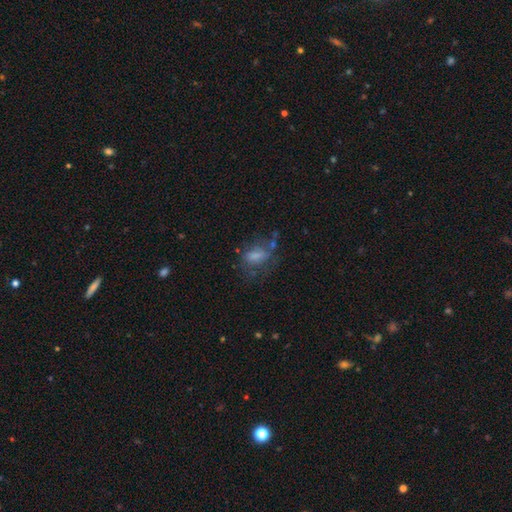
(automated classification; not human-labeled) A smooth galaxy with no disk features (50%). Merging: none (49%).